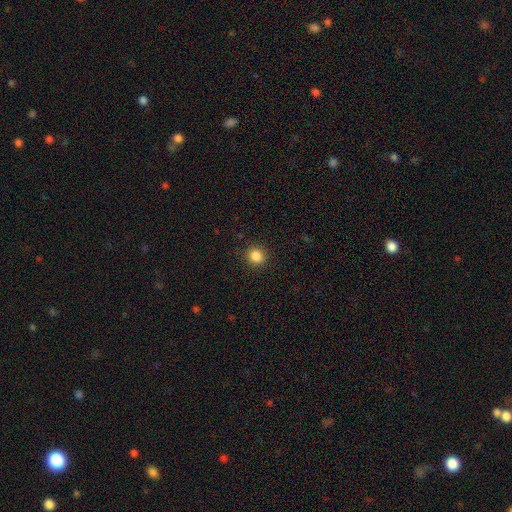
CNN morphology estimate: The model was most divided on "smooth or featured": smooth: 85%, star or artifact: 11%, featured or disk: 4%. More confident: merging — none (90%); how rounded — round (88%).